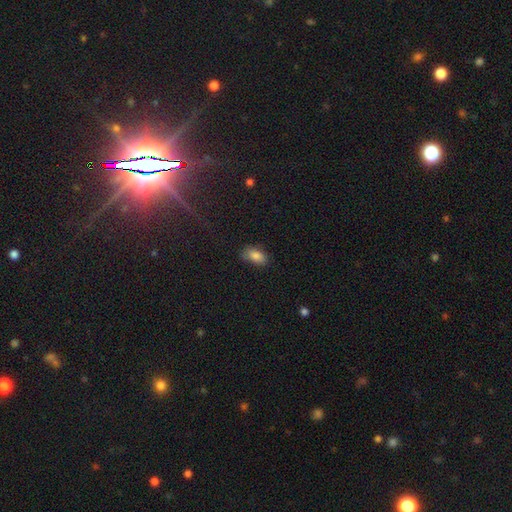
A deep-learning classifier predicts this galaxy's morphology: This is clearly a smooth galaxy (84%). How rounded: clearly in between (91%). Merging: likely none (73%).